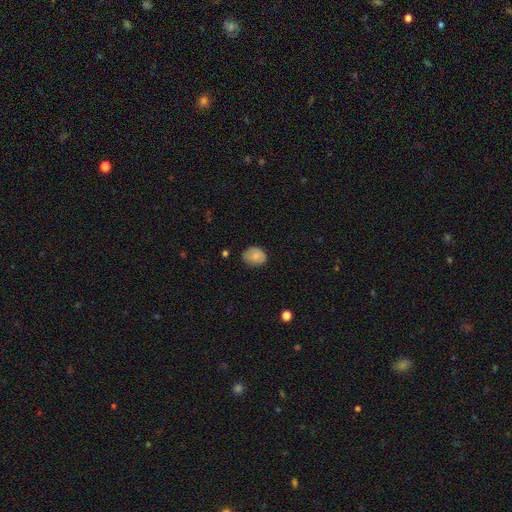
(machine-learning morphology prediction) Smooth or featured: smooth — 78% (featured or disk — 14%)
How rounded: in between — 56% (round — 43%)
Merging: none — 72% (minor disturbance — 22%)